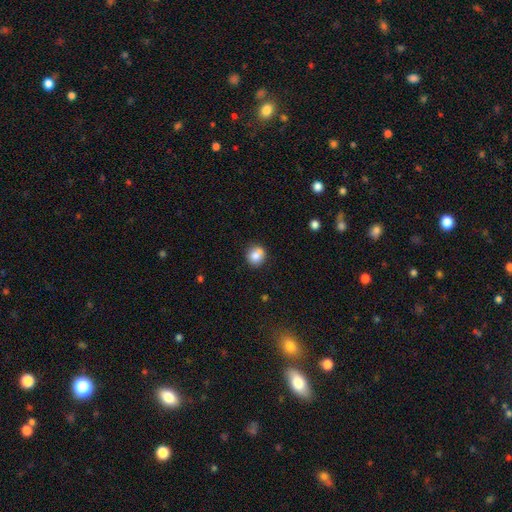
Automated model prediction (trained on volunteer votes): Morphology: type=smooth (80%); roundness=round (80%); merging=none (70%).